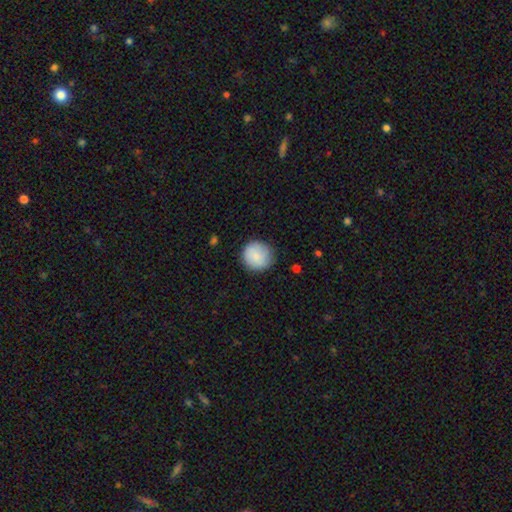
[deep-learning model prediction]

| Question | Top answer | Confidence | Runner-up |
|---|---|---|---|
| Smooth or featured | smooth | 86% | featured or disk (7%) |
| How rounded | round | 94% | in between (5%) |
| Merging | none | 86% | minor disturbance (11%) |